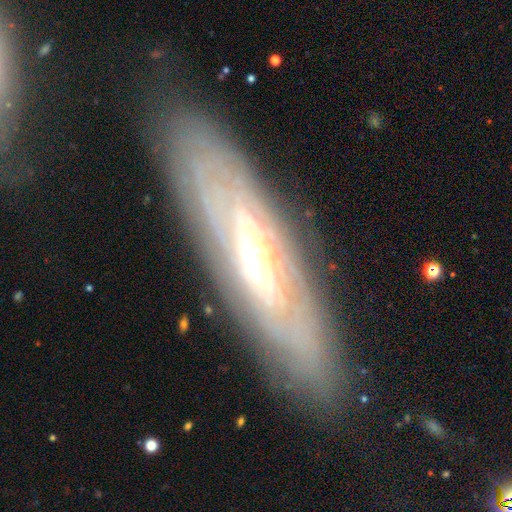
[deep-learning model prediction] Smooth or featured? featured or disk (78%)
Edge-on disk? no (63%)
Merging? none (83%)